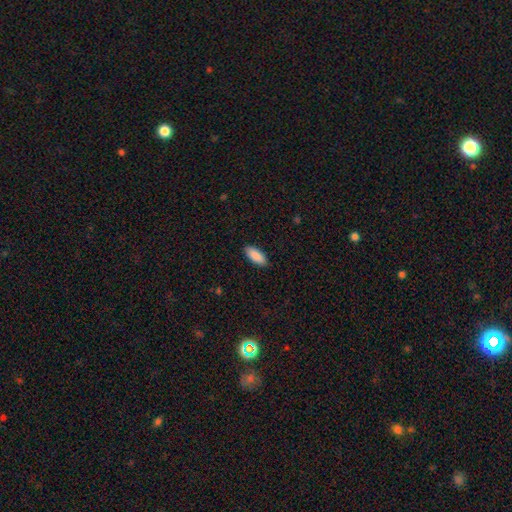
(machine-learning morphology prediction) This appears to be a smooth galaxy with no disk features (90%) that is in between round and cigar-shaped (84%). Merging: none (89%).